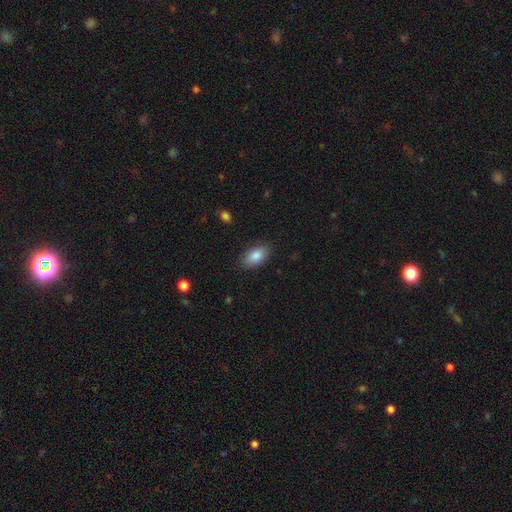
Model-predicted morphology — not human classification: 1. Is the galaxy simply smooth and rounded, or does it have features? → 86% smooth, 7% featured or disk, 7% star or artifact.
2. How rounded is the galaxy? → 93% in between, 4% round, 3% cigar-shaped.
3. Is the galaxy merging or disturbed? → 85% none, 11% minor disturbance, 3% major disturbance, 1% merger.